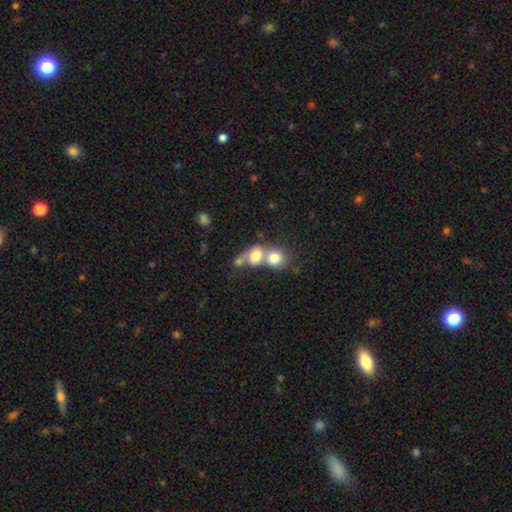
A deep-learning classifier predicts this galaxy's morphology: Overall: smooth (72%). How rounded: round (58%; in between 41%). Merging: merger (69%).